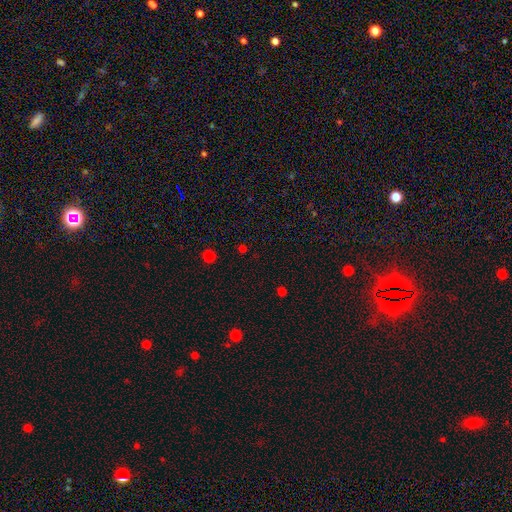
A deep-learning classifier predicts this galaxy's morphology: Smooth or featured?
  - star or artifact: 50% *
  - smooth: 44%
  - featured or disk: 6%